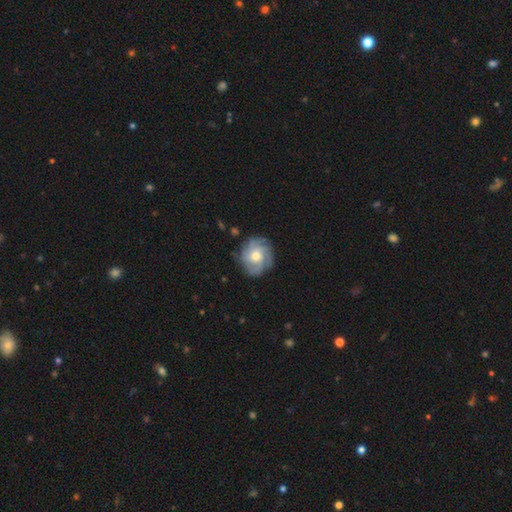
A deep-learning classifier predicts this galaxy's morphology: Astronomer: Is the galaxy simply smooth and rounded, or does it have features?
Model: featured or disk — 75%.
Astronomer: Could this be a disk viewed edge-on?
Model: no — 97%.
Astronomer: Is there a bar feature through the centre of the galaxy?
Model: no — 77%.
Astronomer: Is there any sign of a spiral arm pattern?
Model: yes — 94%.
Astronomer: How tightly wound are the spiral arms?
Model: tight — 58%.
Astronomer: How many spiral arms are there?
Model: can't tell — 28% (runner-up: 4, 25%).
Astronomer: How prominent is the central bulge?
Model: moderate — 67%.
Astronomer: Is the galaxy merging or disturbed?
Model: none — 80%.